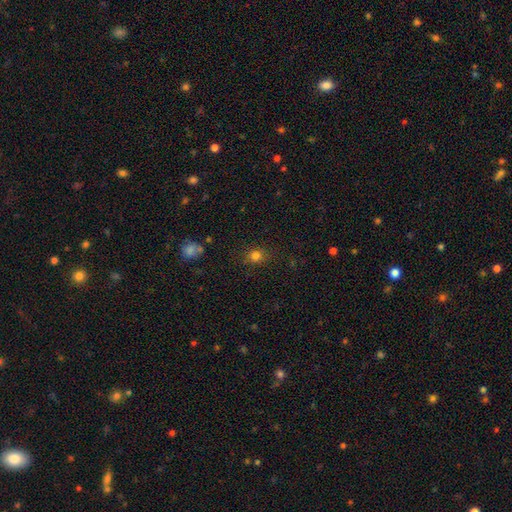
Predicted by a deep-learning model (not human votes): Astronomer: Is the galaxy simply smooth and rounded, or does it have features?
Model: smooth — 78%.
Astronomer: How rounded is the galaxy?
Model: round — 72%.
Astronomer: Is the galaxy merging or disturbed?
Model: none — 81%.